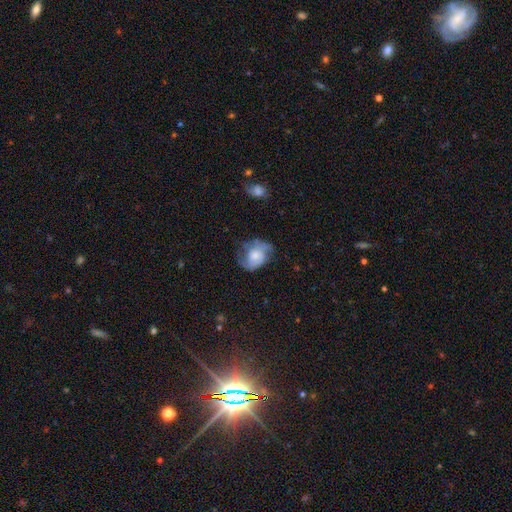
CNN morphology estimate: type=featured or disk (52%); edge-on=no (97%); bar=no (73%); spiral arms=yes (78%); bulge=moderate (41%); merging=none (47%).